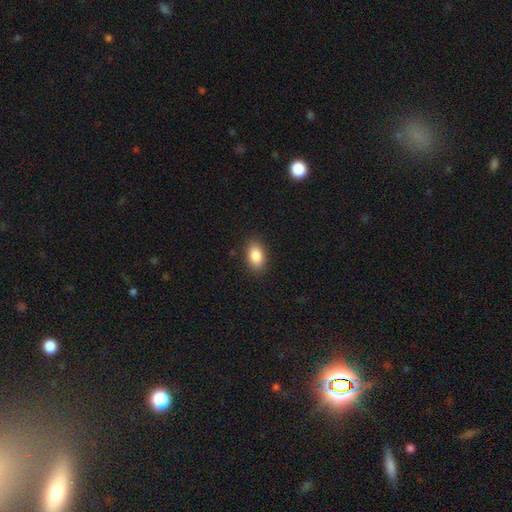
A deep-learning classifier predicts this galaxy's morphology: smooth 87%, star or artifact 8%, featured or disk 6%. Down the decision tree: how rounded — in between (89%); merging — none (88%).